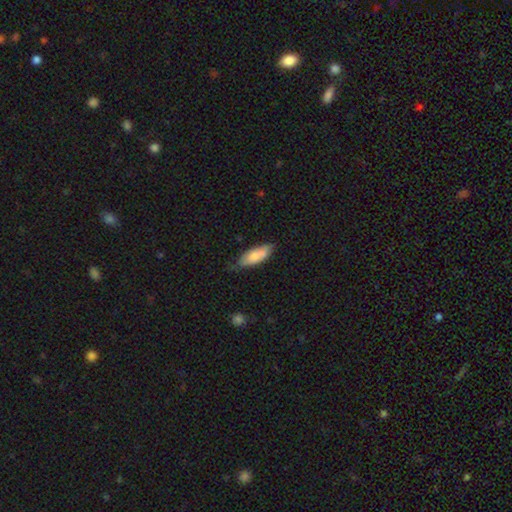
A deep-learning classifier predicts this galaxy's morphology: This is likely a smooth galaxy (76%). How rounded: likely in between (74%). Merging: likely none (66%).